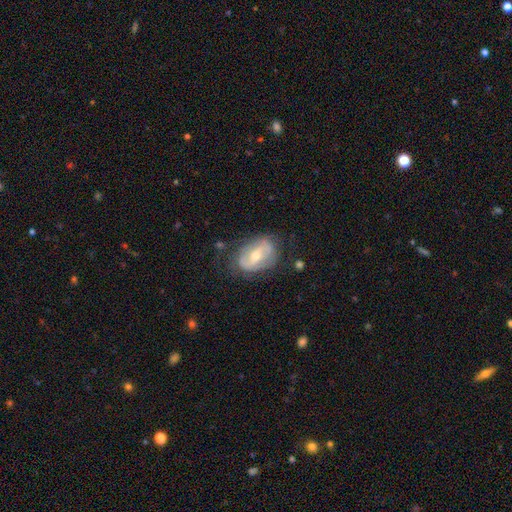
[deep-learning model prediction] Smooth or featured?
  - featured or disk: 65% *
  - smooth: 28%
  - star or artifact: 6%
Edge-on disk?
  - no: 94% *
  - yes: 6%
Bar?
  - weak: 40% *
  - strong: 35%
  - no: 25%
Spiral arms?
  - yes: 55% *
  - no: 45%
Bulge size?
  - moderate: 61% *
  - small: 34%
  - large: 3%
  - none: 1%
  - dominant: 1%
Merging?
  - none: 67% *
  - minor disturbance: 22%
  - major disturbance: 9%
  - merger: 2%